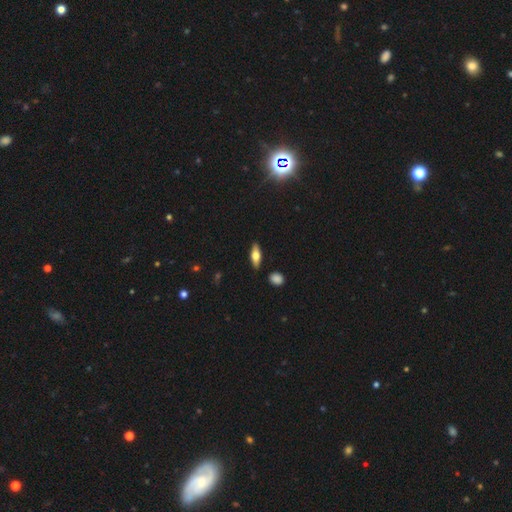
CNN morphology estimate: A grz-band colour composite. It shows a smooth galaxy with no disk features (54%) that is in between round and cigar-shaped (62%). Merging: none (87%).